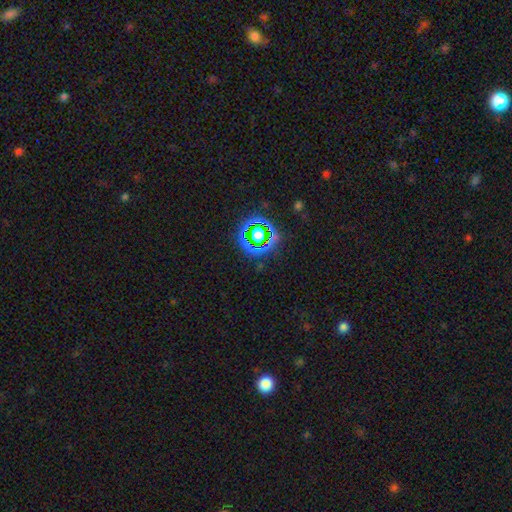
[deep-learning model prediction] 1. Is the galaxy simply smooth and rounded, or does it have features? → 66% star or artifact, 26% smooth, 8% featured or disk.